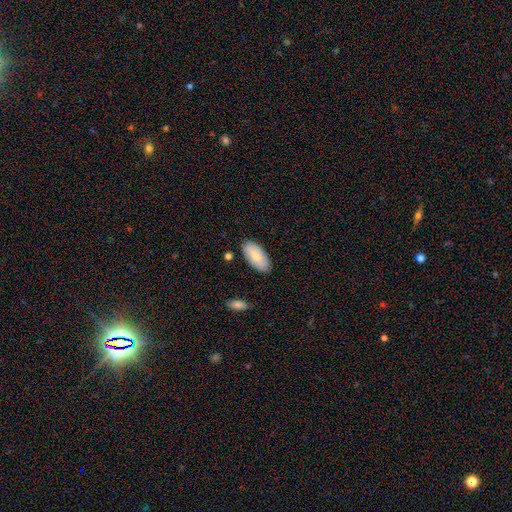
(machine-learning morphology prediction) Smooth or featured? Predicted: smooth (p=0.76). How rounded? Predicted: in between (p=0.92). Merging? Predicted: none (p=0.84).